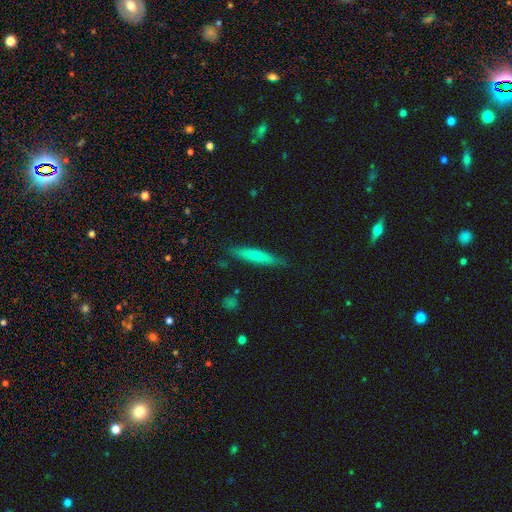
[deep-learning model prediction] This is likely a smooth galaxy (63%). How rounded: clearly cigar-shaped (90%). Merging: clearly none (85%).